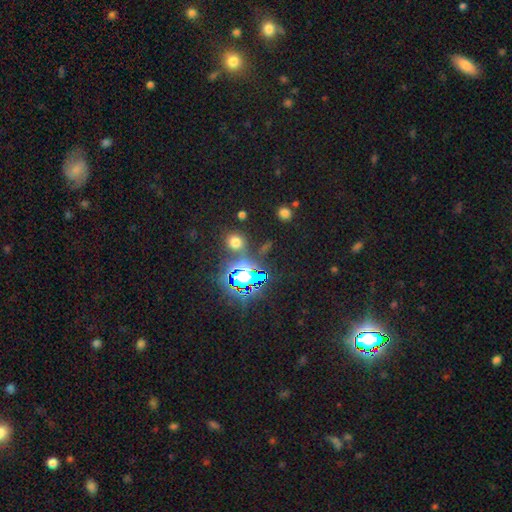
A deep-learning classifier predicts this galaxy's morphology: Smooth or featured?
  - star or artifact: 79% *
  - smooth: 14%
  - featured or disk: 7%